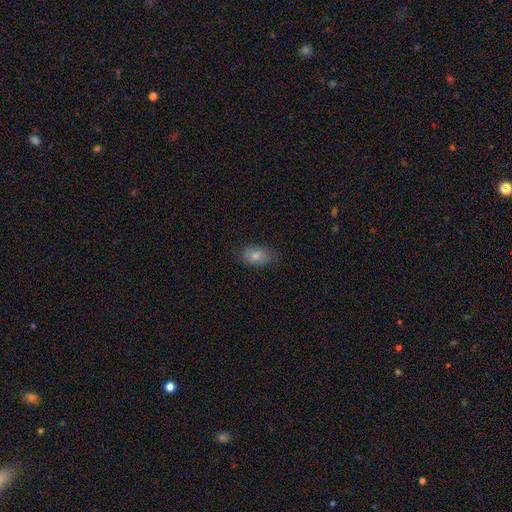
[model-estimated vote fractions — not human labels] This is likely a smooth galaxy (79%). How rounded: clearly in between (86%). Merging: likely none (70%).